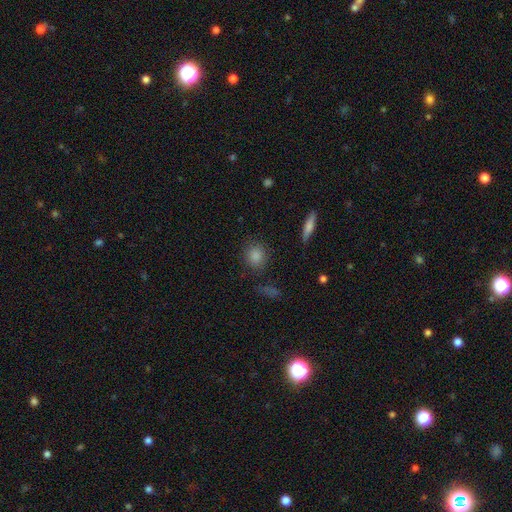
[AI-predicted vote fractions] smooth_or_featured: smooth (p=0.84) [alt: star or artifact p=0.10]
how_rounded: round (p=0.78) [alt: in between p=0.20]
merging: none (p=0.81) [alt: minor disturbance p=0.11]